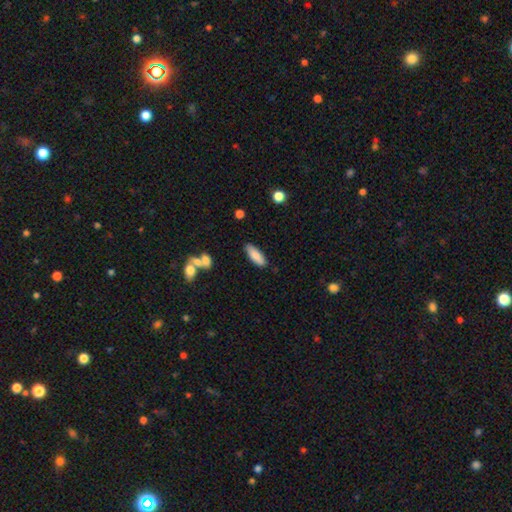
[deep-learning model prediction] smooth 85%, featured or disk 8%, star or artifact 6%. Down the decision tree: how rounded — in between (67%); merging — none (84%).